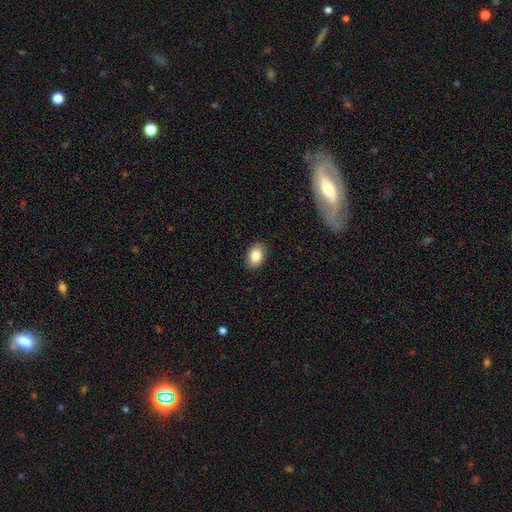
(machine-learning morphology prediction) This is clearly a smooth galaxy (85%). How rounded: clearly in between (85%). Merging: clearly none (89%).